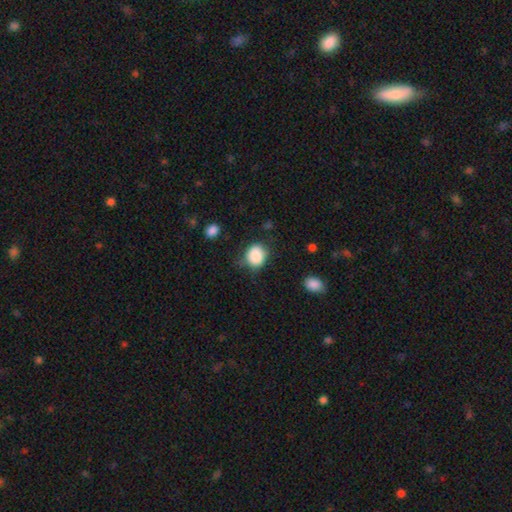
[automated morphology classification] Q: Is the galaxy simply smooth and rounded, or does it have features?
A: smooth — 86%.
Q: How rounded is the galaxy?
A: round — 68%.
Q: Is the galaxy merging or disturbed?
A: none — 69%.